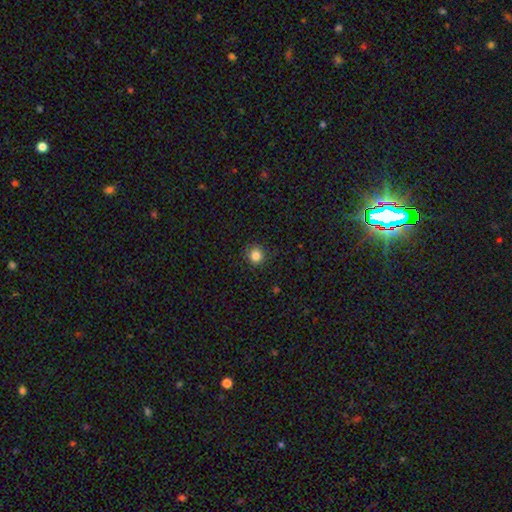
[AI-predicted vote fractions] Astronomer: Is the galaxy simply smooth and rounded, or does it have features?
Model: smooth — 84%.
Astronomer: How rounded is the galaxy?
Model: round — 92%.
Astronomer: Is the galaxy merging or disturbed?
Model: none — 90%.